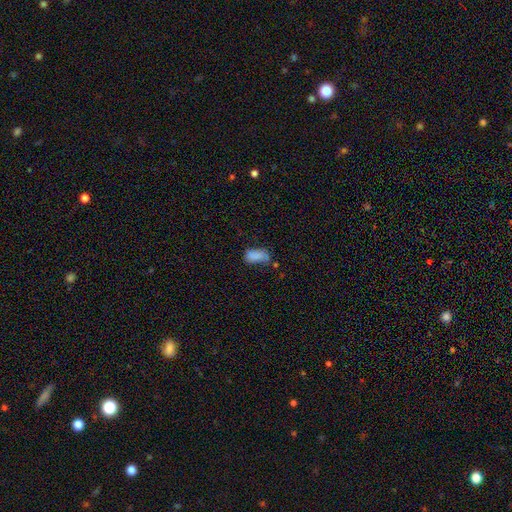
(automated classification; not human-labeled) This is clearly a smooth galaxy (81%). How rounded: clearly in between (91%). Merging: marginally none (44%).